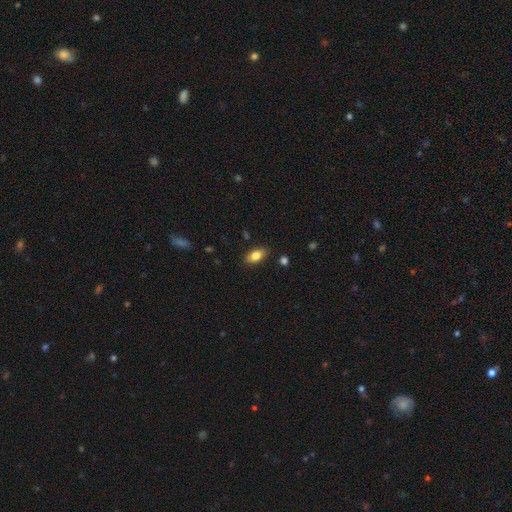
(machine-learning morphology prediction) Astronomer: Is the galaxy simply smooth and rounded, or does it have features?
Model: smooth — 81%.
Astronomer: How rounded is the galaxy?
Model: in between — 90%.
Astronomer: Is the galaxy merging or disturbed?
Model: none — 87%.